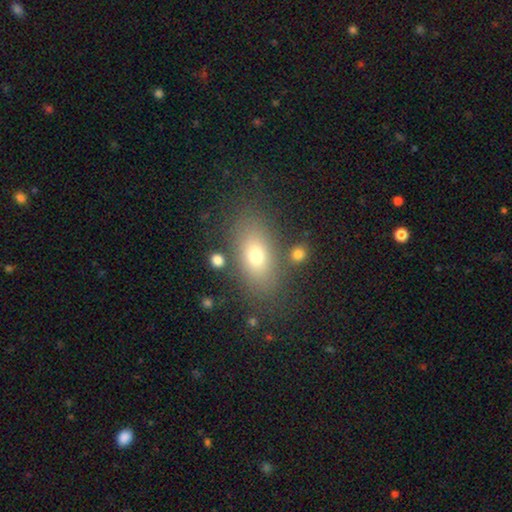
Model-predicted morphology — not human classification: This is likely a smooth galaxy (71%). How rounded: clearly in between (83%). Merging: likely none (79%).